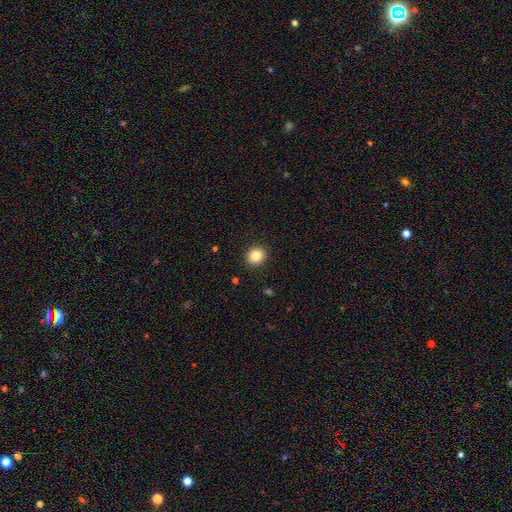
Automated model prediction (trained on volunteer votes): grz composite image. It shows a smooth galaxy with no disk features (86%) that is round (84%). Merging: none (91%).